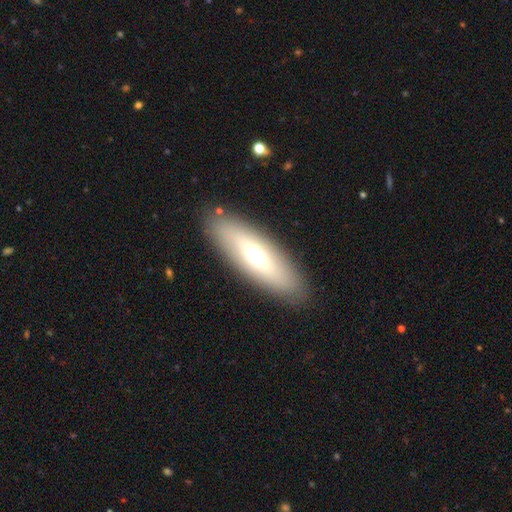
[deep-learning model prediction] smooth 57%, featured or disk 35%, star or artifact 7%. Down the decision tree: how rounded — in between (58%); merging — none (88%).